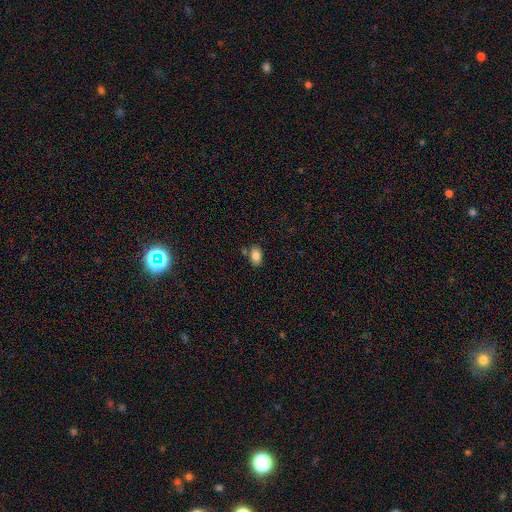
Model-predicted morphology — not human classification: The model was most divided on "merging": none: 75%, minor disturbance: 13%, merger: 9%, major disturbance: 3%. More confident: how rounded — in between (87%); smooth or featured — smooth (85%).